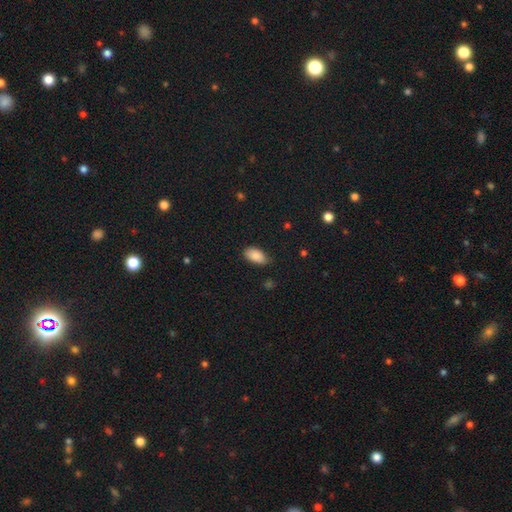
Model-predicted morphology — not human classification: This appears to be a smooth galaxy with no disk features (86%) that is in between round and cigar-shaped (94%). Merging: none (76%).